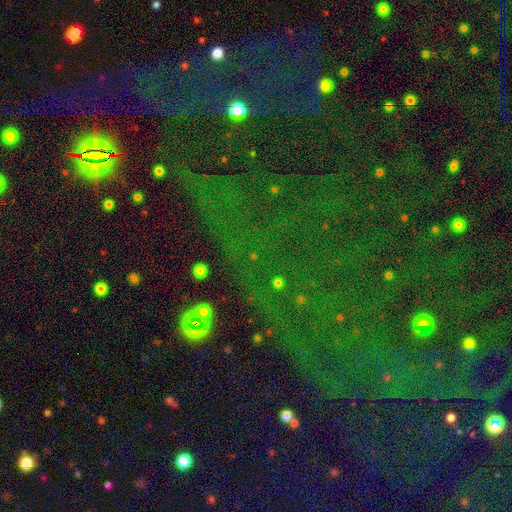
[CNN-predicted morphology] Smooth or featured? Predicted: star or artifact (p=0.81).